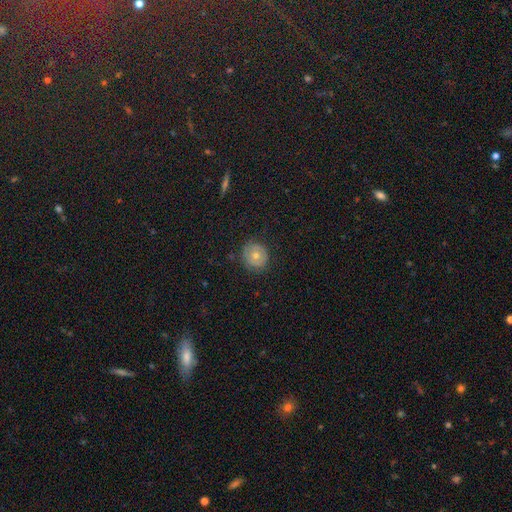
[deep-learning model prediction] smooth 51%, featured or disk 35%, star or artifact 14%. Down the decision tree: how rounded — round (89%); merging — none (83%).